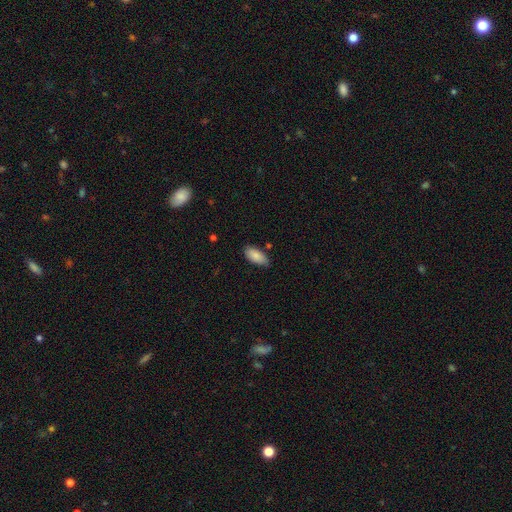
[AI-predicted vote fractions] The model was most divided on "merging": none: 76%, minor disturbance: 19%, major disturbance: 3%, merger: 2%. More confident: how rounded — in between (92%); smooth or featured — smooth (86%).